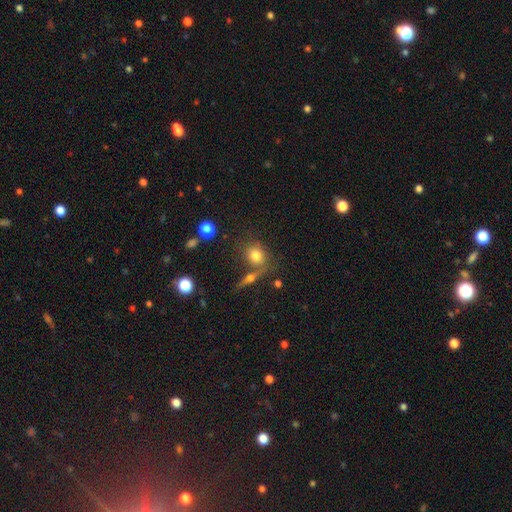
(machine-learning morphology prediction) This appears to be a smooth galaxy with no disk features (74%) that is round (68%). Merging: none (56%).